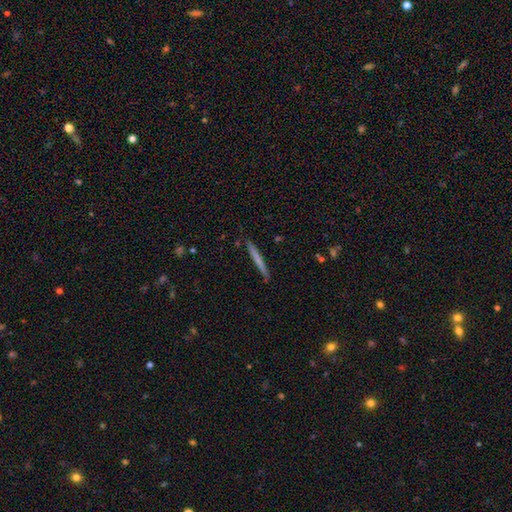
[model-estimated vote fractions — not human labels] Morphology: type=smooth (57%); roundness=cigar-shaped (97%); merging=none (91%).